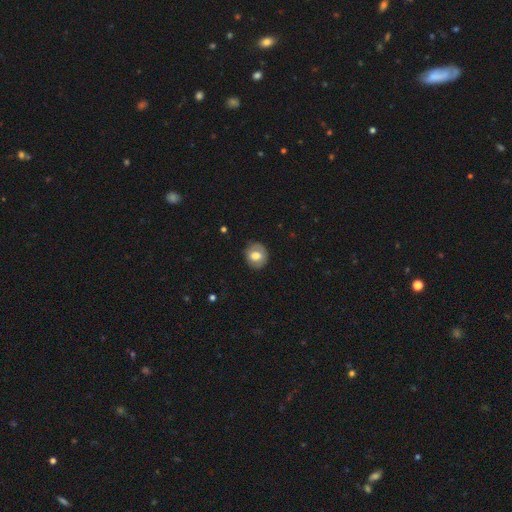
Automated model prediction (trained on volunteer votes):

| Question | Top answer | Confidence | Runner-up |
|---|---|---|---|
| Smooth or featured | smooth | 69% | featured or disk (23%) |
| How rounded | round | 78% | in between (21%) |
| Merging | none | 83% | minor disturbance (13%) |